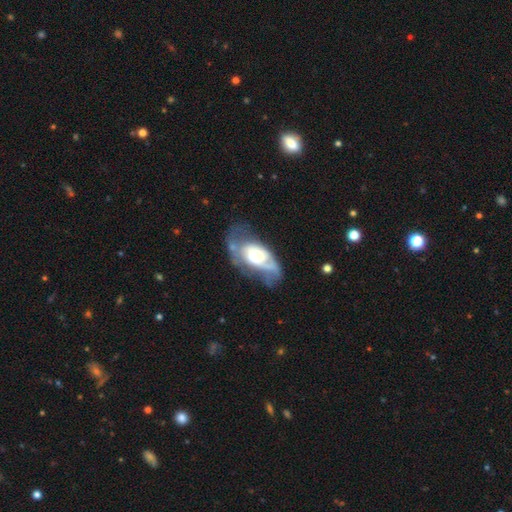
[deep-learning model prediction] The model was most divided on "merging": major disturbance: 38%, none: 30%, minor disturbance: 26%, merger: 7%. Remaining: edge-on disk — no (92%); bar — no (70%); spiral arms — yes (64%); smooth or featured — featured or disk (61%); bulge size — large (44%).